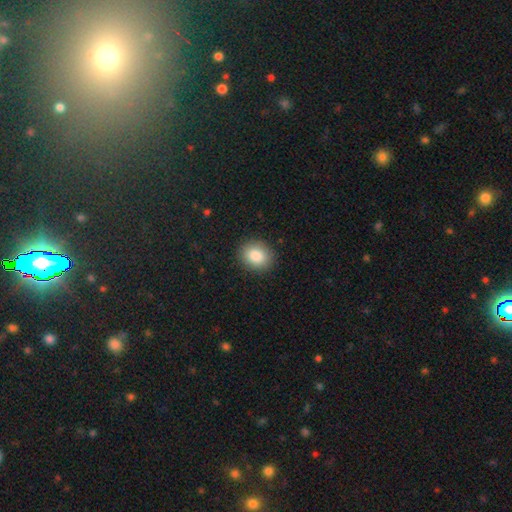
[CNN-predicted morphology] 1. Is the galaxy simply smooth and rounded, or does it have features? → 86% smooth, 8% star or artifact, 5% featured or disk.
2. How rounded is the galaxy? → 59% round, 40% in between, 1% cigar-shaped.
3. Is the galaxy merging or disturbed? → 89% none, 8% minor disturbance, 2% major disturbance, 1% merger.